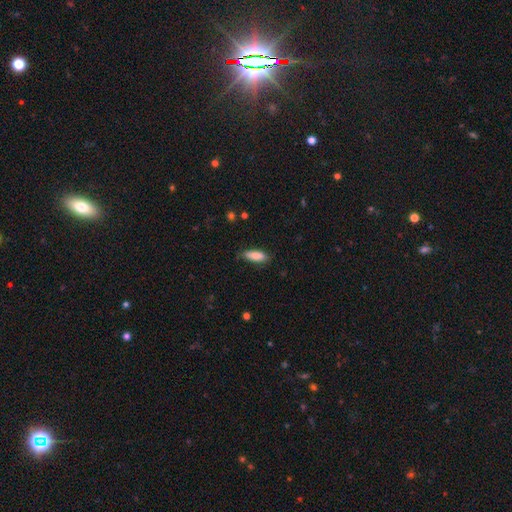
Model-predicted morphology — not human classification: Overall: smooth (84%). How rounded: in between (67%; cigar-shaped 32%). Merging: none (79%).